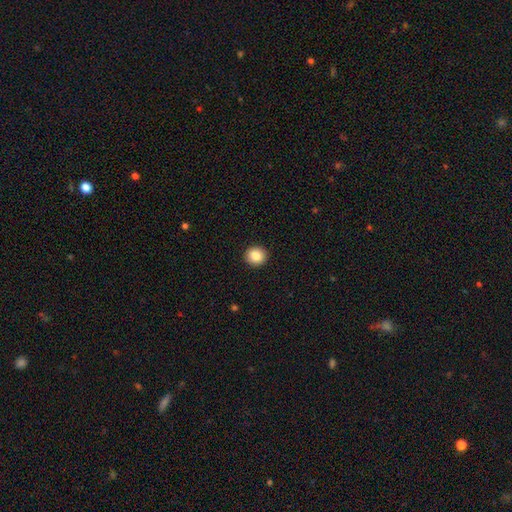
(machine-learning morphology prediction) smooth_or_featured: smooth (p=0.86) [alt: star or artifact p=0.09]
how_rounded: round (p=0.87) [alt: in between p=0.12]
merging: none (p=0.93) [alt: minor disturbance p=0.05]